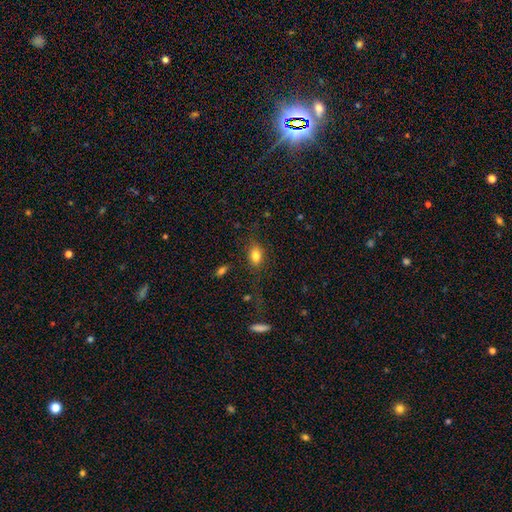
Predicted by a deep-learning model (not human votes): Morphology: type=smooth (81%); roundness=in between (73%); merging=none (78%).